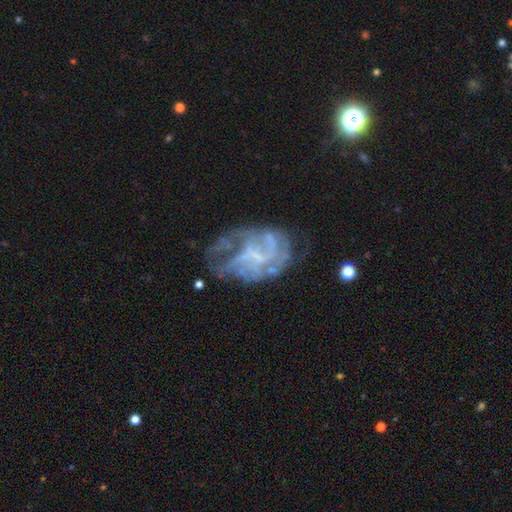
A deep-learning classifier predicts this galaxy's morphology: This appears to be a featured or disk galaxy (77%) with no bar (47%), medium (39%) spiral arms (74%) and no central bulge (48%). Merging: none (43%).